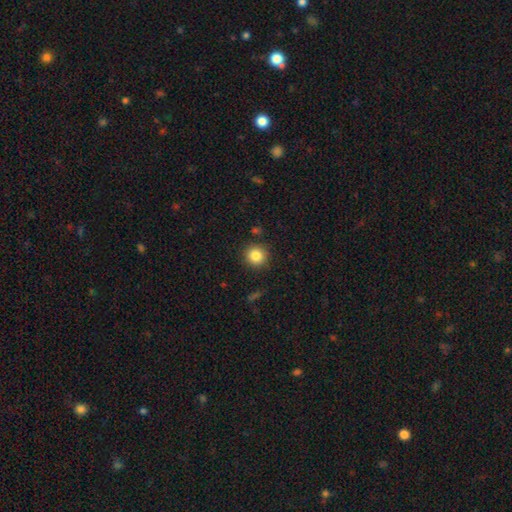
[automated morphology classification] type=smooth (84%); roundness=round (93%); merging=none (89%).